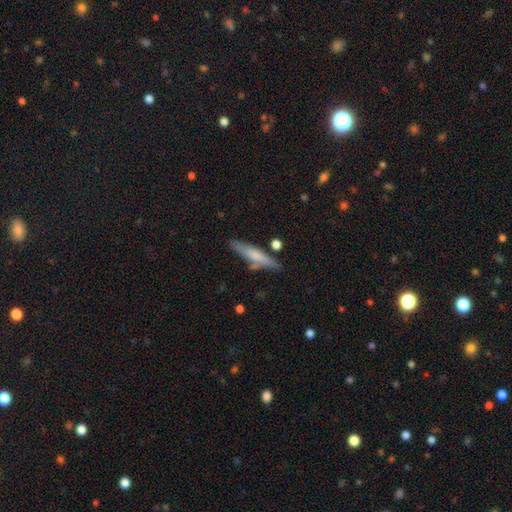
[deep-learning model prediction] A smooth galaxy with no disk features (64%) that is cigar-shaped (84%).

Vote fractions:
- Smooth or featured? smooth: 64% / featured or disk: 29% / star or artifact: 6%
- How rounded? cigar-shaped: 84% / in between: 15% / round: 2%
- Merging? none: 73% / minor disturbance: 16% / merger: 7% / major disturbance: 4%